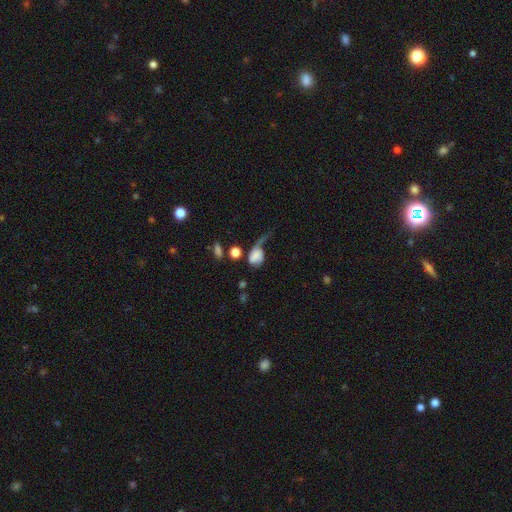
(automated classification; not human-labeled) Overall: smooth (55%; featured or disk 34%). How rounded: in between (59%; round 38%). Merging: major disturbance (52%; none 19%).